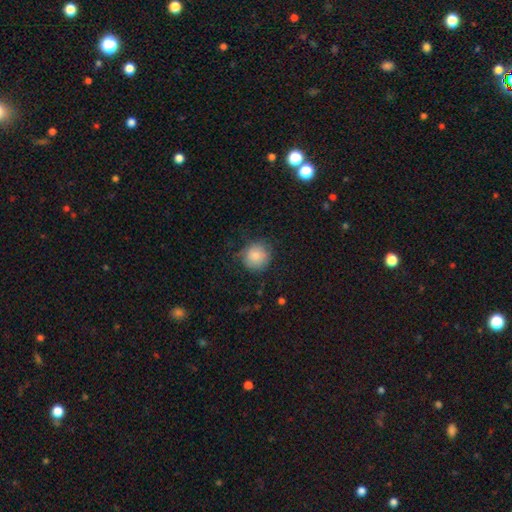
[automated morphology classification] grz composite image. It shows a smooth galaxy with no disk features (83%) that is round (91%). Merging: none (73%).